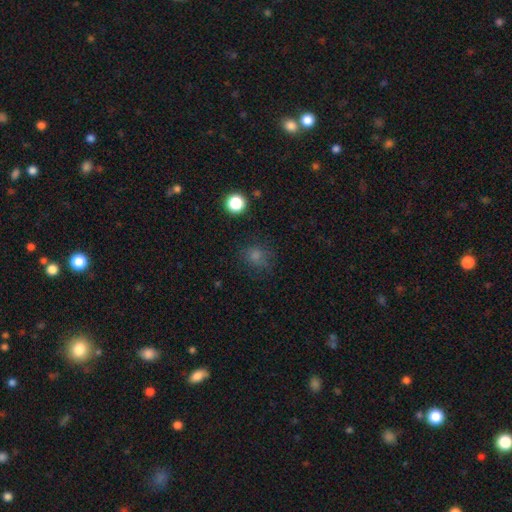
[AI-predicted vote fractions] Overall: smooth (66%; star or artifact 27%). How rounded: round (79%). Merging: none (79%).